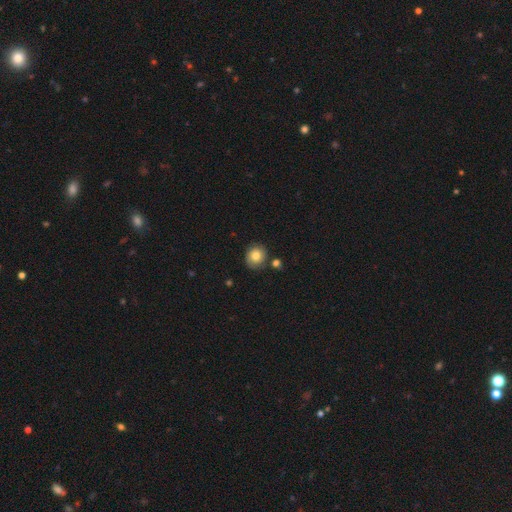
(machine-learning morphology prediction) Smooth or featured? smooth (74%)
How rounded? round (79%)
Merging? none (77%)